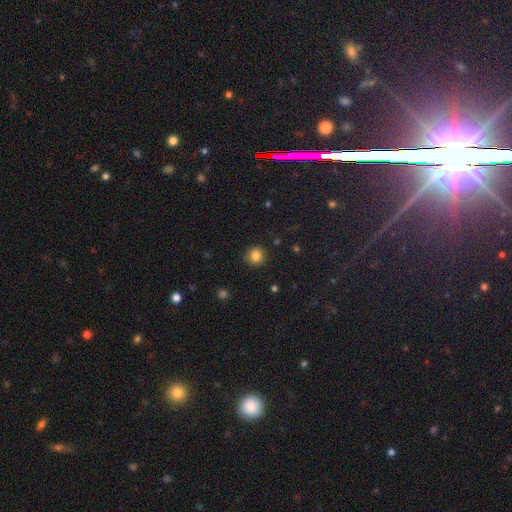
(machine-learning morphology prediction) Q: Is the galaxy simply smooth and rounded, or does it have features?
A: smooth — 83%.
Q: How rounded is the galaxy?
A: round — 89%.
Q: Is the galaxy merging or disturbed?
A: none — 86%.